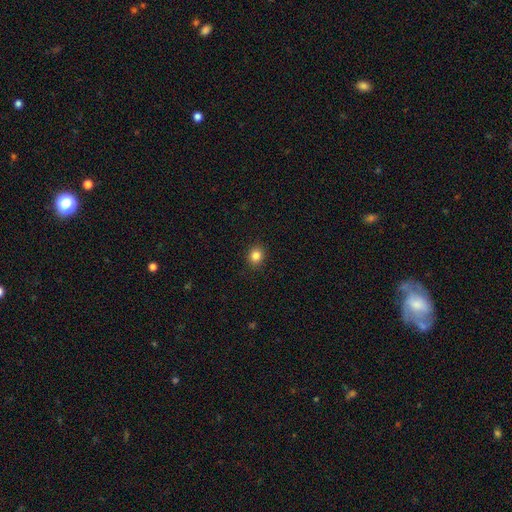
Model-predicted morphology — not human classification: Smooth or featured? smooth (84%)
How rounded? round (75%)
Merging? none (91%)